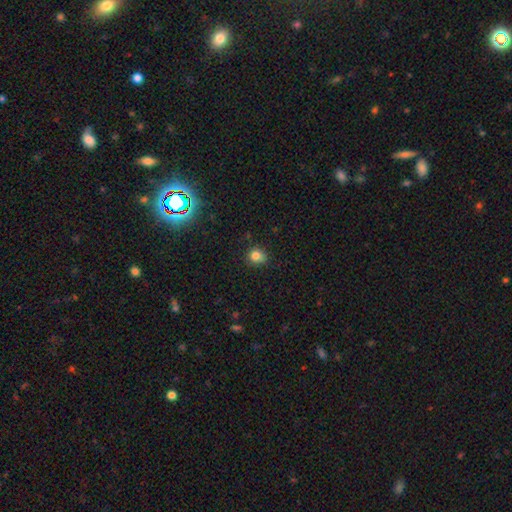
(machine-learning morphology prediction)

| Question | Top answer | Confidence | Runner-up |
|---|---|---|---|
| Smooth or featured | smooth | 80% | star or artifact (13%) |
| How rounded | round | 81% | in between (18%) |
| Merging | none | 79% | minor disturbance (16%) |